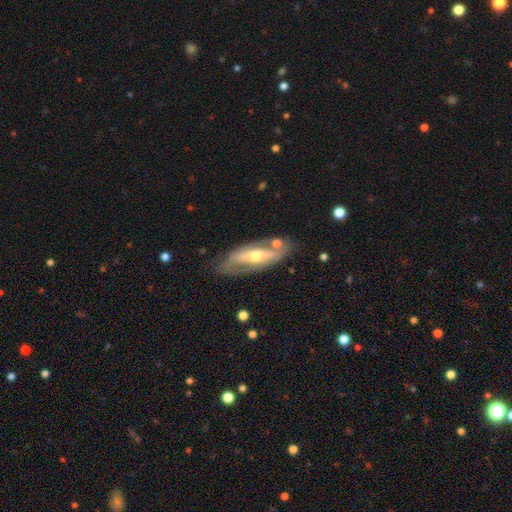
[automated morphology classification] This is likely a featured or disk galaxy (69%). It is likely not viewed edge-on (76%). Bar: possibly no (46%). Spiral arm pattern: possibly no (51%). Central bulge: likely moderate (64%). Merging: likely none (66%).